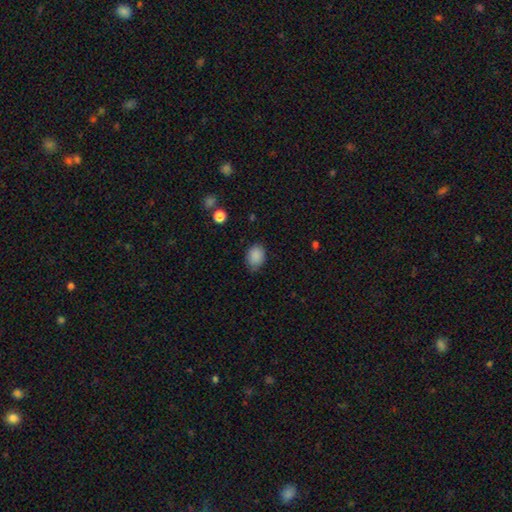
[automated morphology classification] Smooth or featured: smooth — 88% (star or artifact — 8%)
How rounded: in between — 67% (round — 32%)
Merging: none — 73% (minor disturbance — 21%)